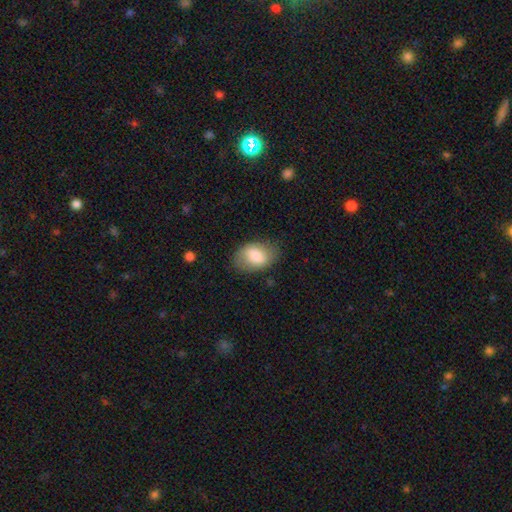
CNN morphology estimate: smooth 78%, featured or disk 16%, star or artifact 7%. Down the decision tree: how rounded — in between (84%); merging — none (76%).